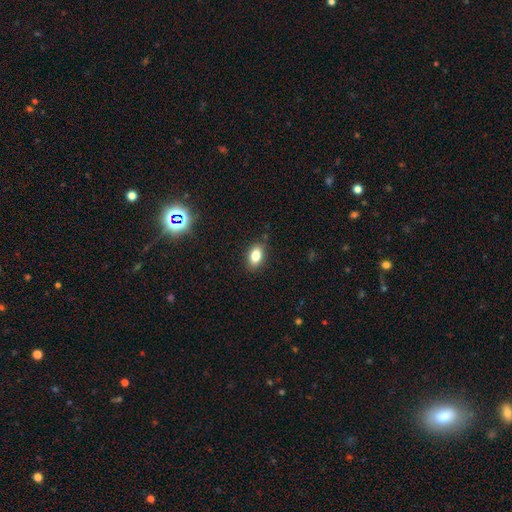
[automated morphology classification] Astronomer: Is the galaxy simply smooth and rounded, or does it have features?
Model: smooth — 81%.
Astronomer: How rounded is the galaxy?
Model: in between — 86%.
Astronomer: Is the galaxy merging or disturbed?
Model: none — 84%.